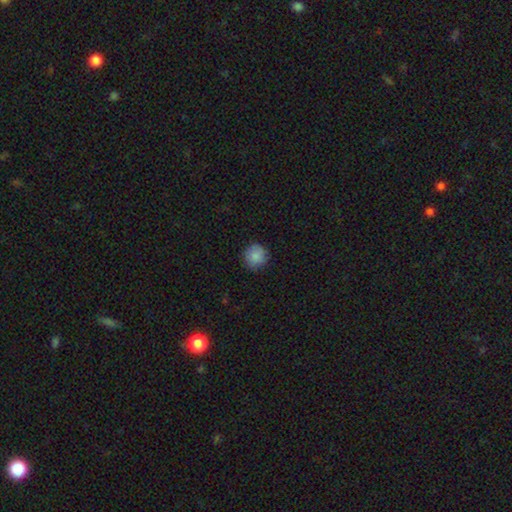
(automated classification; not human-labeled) Smooth or featured? Predicted: smooth (p=0.87). How rounded? Predicted: round (p=0.93). Merging? Predicted: none (p=0.88).